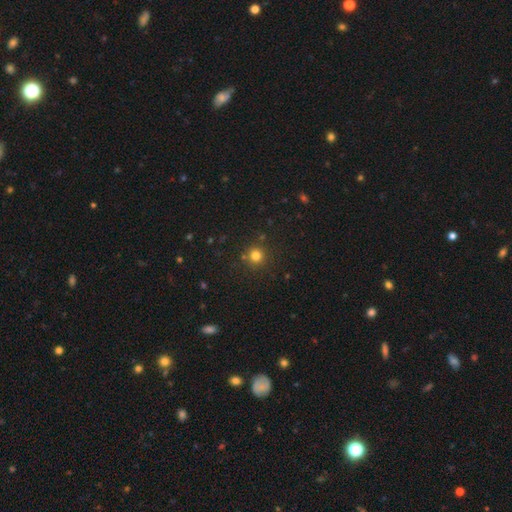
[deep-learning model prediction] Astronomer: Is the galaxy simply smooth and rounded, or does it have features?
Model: smooth — 79%.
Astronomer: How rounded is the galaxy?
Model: round — 94%.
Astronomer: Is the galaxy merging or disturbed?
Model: none — 84%.